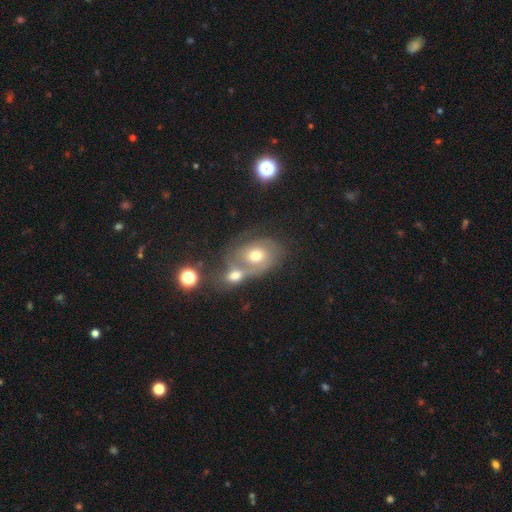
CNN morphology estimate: This appears to be a featured or disk galaxy (53%) with no bar (79%), spiral arms (67%) and a moderate central bulge (71%). Merging: merger (53%).